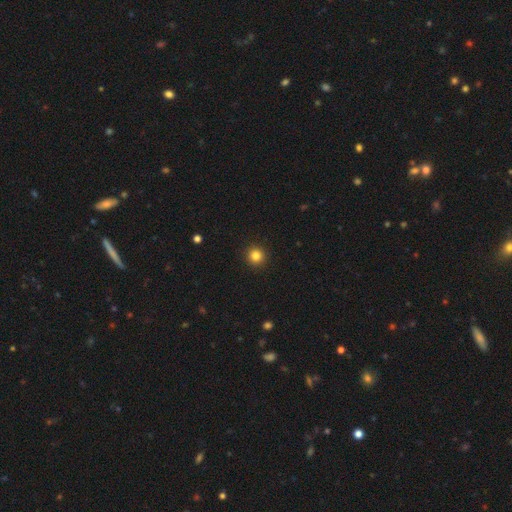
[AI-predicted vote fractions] smooth 84%, star or artifact 12%, featured or disk 4%. Down the decision tree: how rounded — round (95%); merging — none (93%).